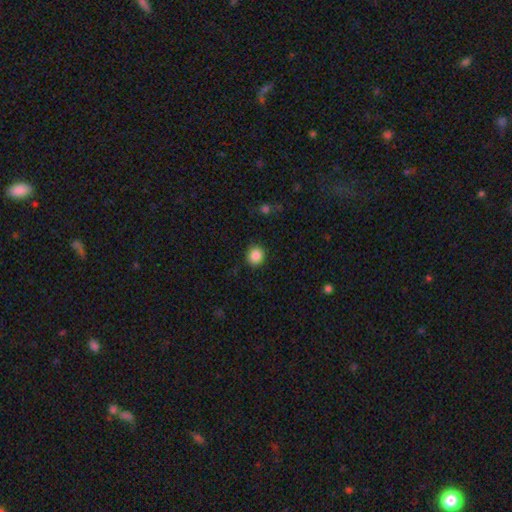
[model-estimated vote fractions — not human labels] Smooth or featured? smooth (87%)
How rounded? round (87%)
Merging? none (90%)